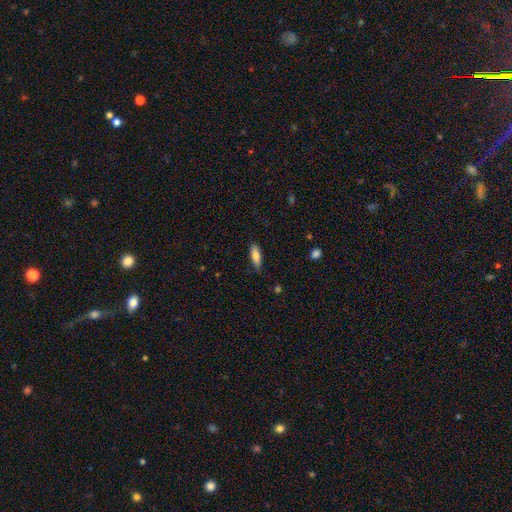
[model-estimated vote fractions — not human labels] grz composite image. It shows a smooth galaxy with no disk features (80%) that is in between round and cigar-shaped (61%). Merging: none (81%).